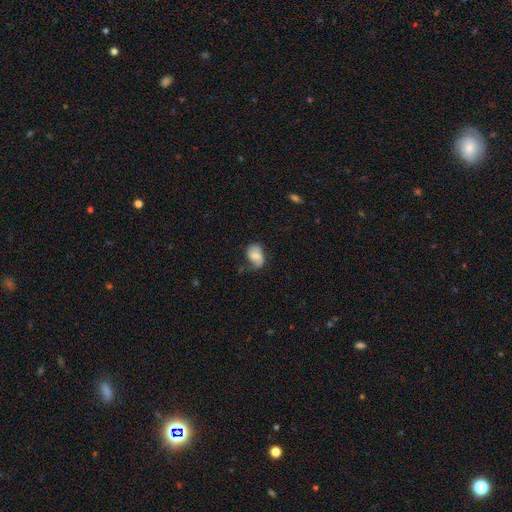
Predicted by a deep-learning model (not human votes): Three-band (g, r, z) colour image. It shows a smooth galaxy with no disk features (49%). Merging: none (41%).